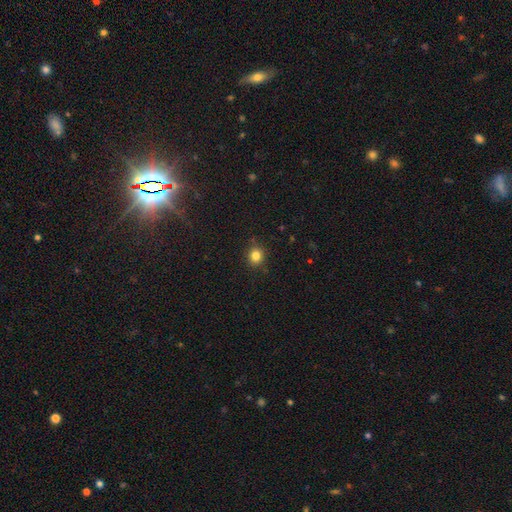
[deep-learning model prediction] Overall: smooth (83%). How rounded: round (84%). Merging: none (88%).